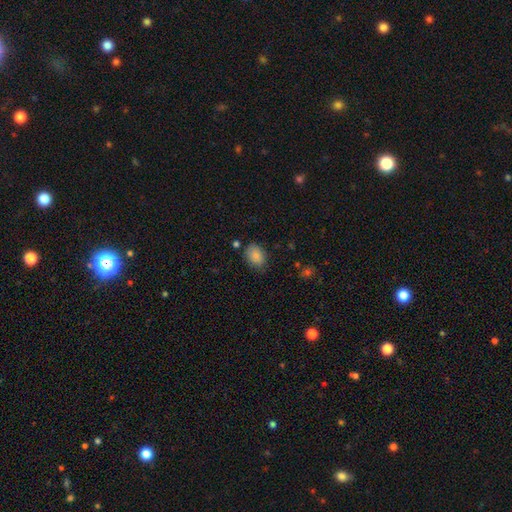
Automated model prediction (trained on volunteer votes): smooth_or_featured: smooth (p=0.84) [alt: star or artifact p=0.08]
how_rounded: in between (p=0.75) [alt: round p=0.24]
merging: none (p=0.75) [alt: minor disturbance p=0.18]